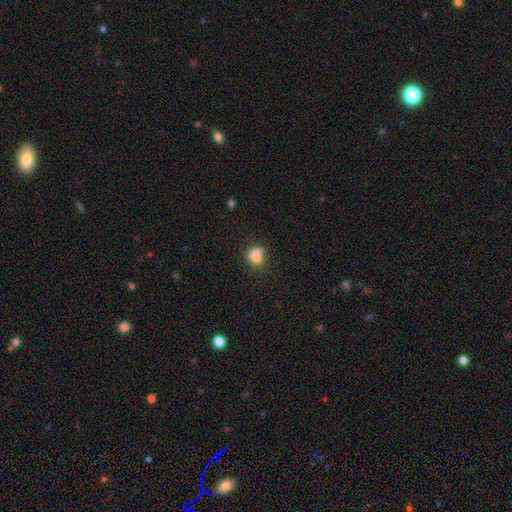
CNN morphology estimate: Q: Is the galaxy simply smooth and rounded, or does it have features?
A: smooth — 76%.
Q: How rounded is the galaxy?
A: in between — 51%.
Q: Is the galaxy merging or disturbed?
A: none — 38%.